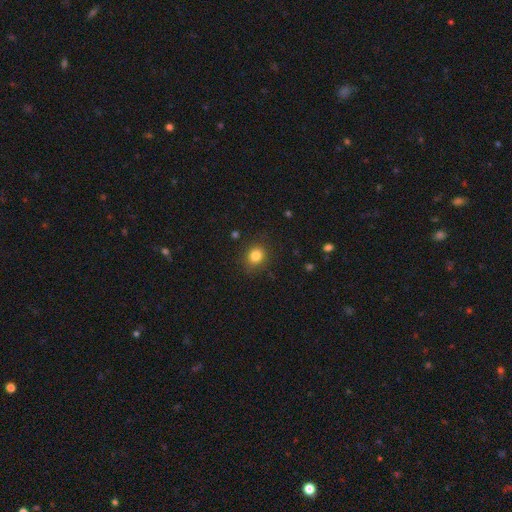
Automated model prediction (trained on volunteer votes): Smooth or featured: smooth — 83% (star or artifact — 12%)
How rounded: round — 76% (in between — 23%)
Merging: none — 85% (minor disturbance — 10%)